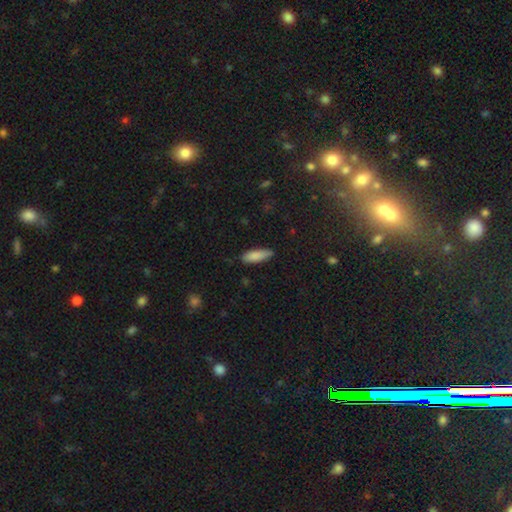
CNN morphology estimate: type=smooth (86%); roundness=in between (55%); merging=none (81%).